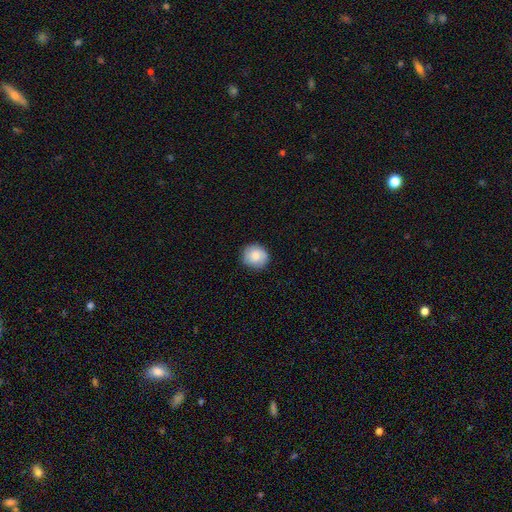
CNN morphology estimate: type=smooth (83%); roundness=round (87%); merging=none (86%).